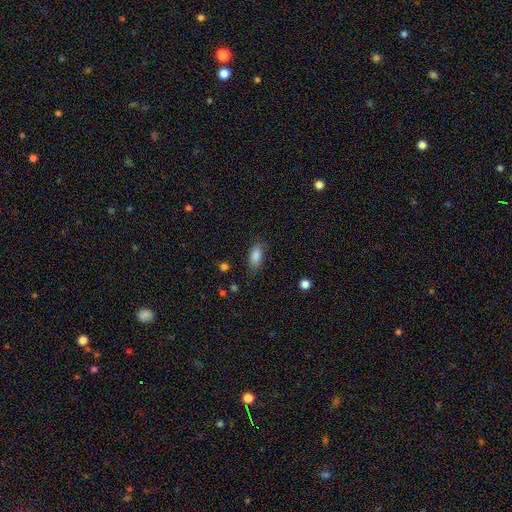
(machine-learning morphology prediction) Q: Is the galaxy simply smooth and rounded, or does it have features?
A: smooth — 86%.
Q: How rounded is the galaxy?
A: in between — 88%.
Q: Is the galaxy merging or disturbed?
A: none — 74%.